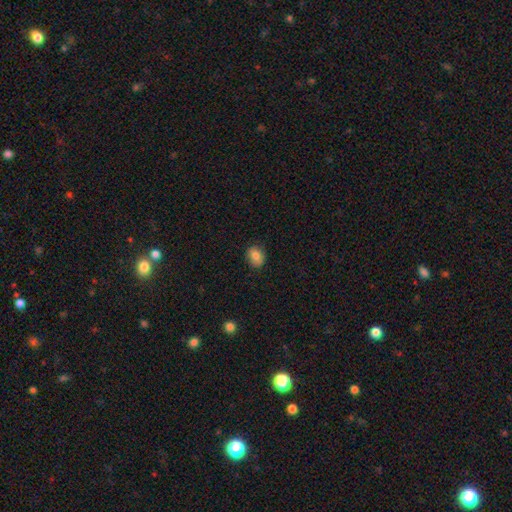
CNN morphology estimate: Q: Smooth or featured?
A: smooth (81%); runner-up: featured or disk (10%)
Q: How rounded?
A: round (55%); runner-up: in between (44%)
Q: Merging?
A: none (80%); runner-up: minor disturbance (15%)